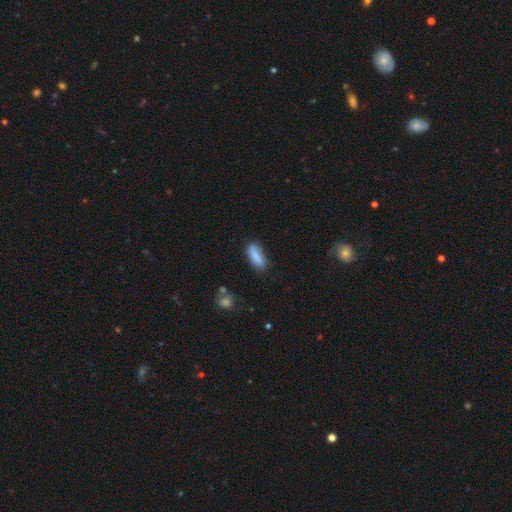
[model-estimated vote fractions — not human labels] Smooth or featured?
  - smooth: 83% *
  - featured or disk: 9%
  - star or artifact: 8%
How rounded?
  - in between: 66% *
  - cigar-shaped: 32%
  - round: 2%
Merging?
  - none: 65% *
  - minor disturbance: 23%
  - merger: 7%
  - major disturbance: 6%